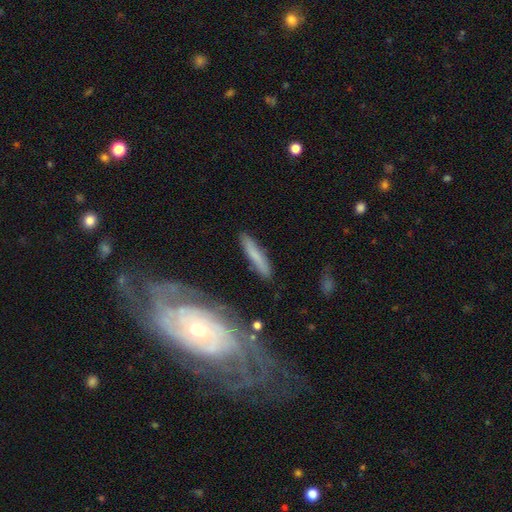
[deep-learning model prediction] A smooth galaxy with no disk features (60%) that is cigar-shaped (86%).

Vote fractions:
- Smooth or featured? smooth: 60% / featured or disk: 33% / star or artifact: 7%
- How rounded? cigar-shaped: 86% / in between: 12% / round: 2%
- Merging? none: 79% / minor disturbance: 13% / major disturbance: 4% / merger: 4%